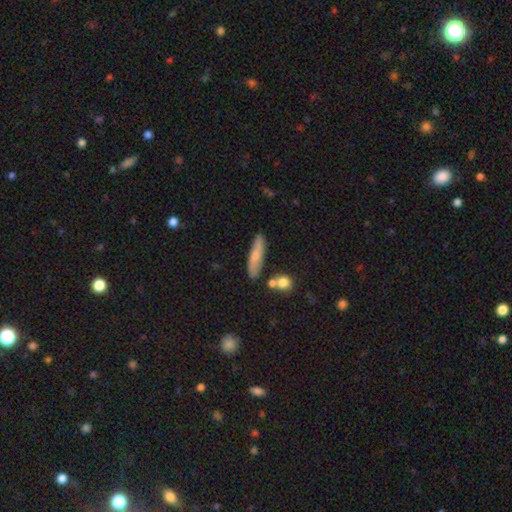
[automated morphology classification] smooth-or-featured: smooth: 66% | featured or disk: 27% | star or artifact: 7%
  how-rounded: cigar-shaped: 72% | in between: 25% | round: 3%
  merging: none: 77% | minor disturbance: 14% | merger: 6% | major disturbance: 3%